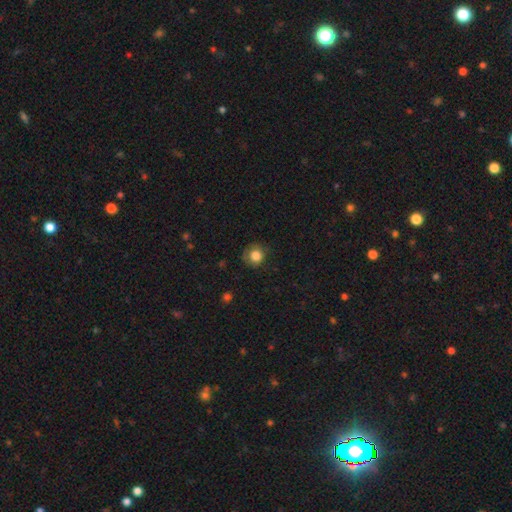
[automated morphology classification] This is clearly a smooth galaxy (82%). How rounded: clearly round (87%). Merging: likely none (71%).